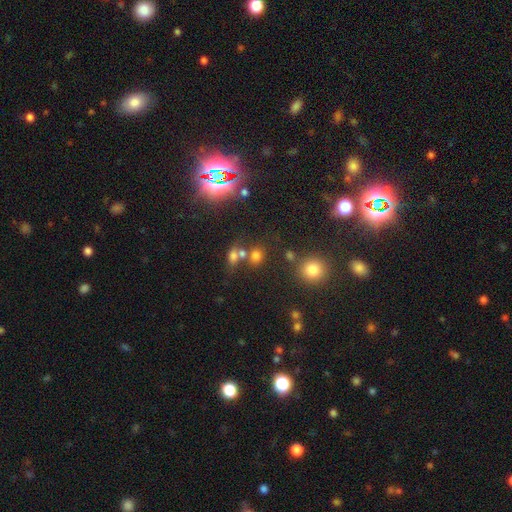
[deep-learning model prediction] Smooth or featured: smooth — 66% (star or artifact — 24%)
How rounded: round — 63% (in between — 35%)
Merging: none — 56% (merger — 27%)